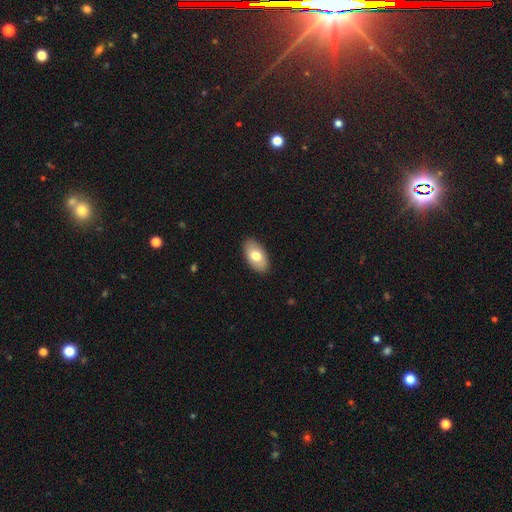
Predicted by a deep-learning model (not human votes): Smooth or featured?
  - smooth: 74% *
  - featured or disk: 20%
  - star or artifact: 6%
How rounded?
  - in between: 94% *
  - round: 4%
  - cigar-shaped: 2%
Merging?
  - none: 88% *
  - minor disturbance: 9%
  - major disturbance: 2%
  - merger: 1%